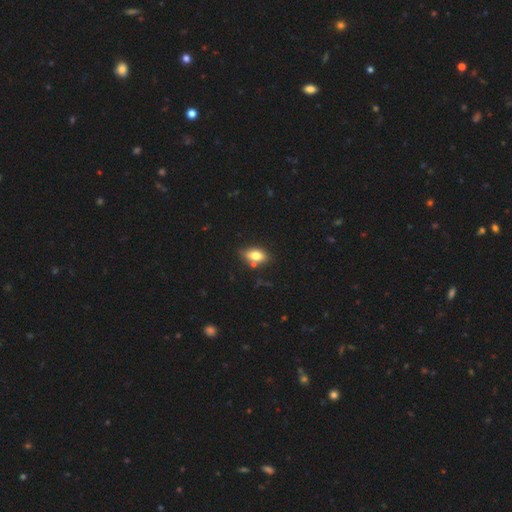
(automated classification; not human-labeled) A smooth galaxy with no disk features (77%) that is in between round and cigar-shaped (88%).

Vote fractions:
- Smooth or featured? smooth: 77% / featured or disk: 14% / star or artifact: 8%
- How rounded? in between: 88% / round: 7% / cigar-shaped: 5%
- Merging? none: 69% / minor disturbance: 18% / merger: 9% / major disturbance: 4%